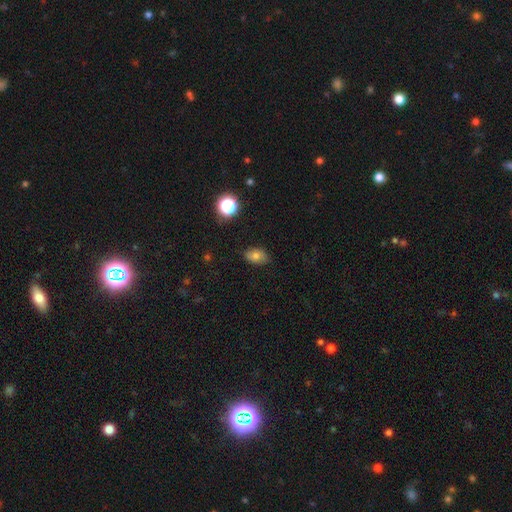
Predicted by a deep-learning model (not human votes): Smooth or featured? Predicted: smooth (p=0.74). How rounded? Predicted: in between (p=0.83). Merging? Predicted: none (p=0.81).